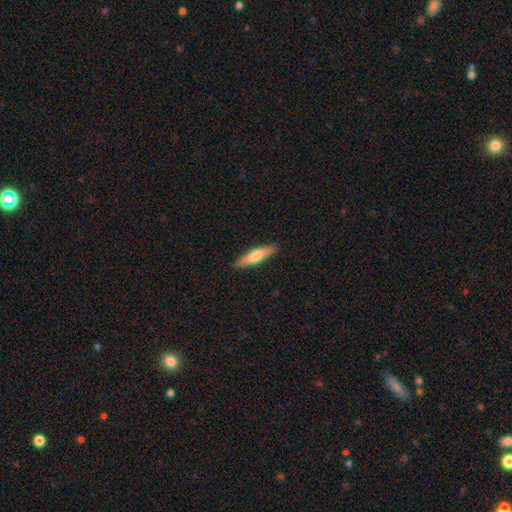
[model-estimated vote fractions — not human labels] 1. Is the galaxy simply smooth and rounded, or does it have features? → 66% smooth, 28% featured or disk, 5% star or artifact.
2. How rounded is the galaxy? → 76% cigar-shaped, 23% in between, 2% round.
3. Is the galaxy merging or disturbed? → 88% none, 9% minor disturbance, 2% major disturbance, 1% merger.